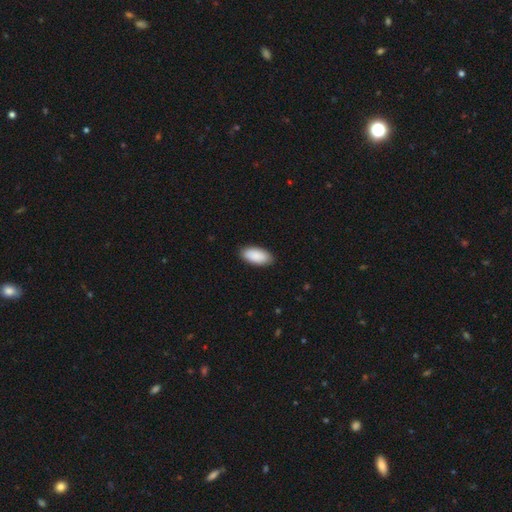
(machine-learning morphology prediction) This is clearly a smooth galaxy (91%). How rounded: clearly in between (93%). Merging: clearly none (88%).